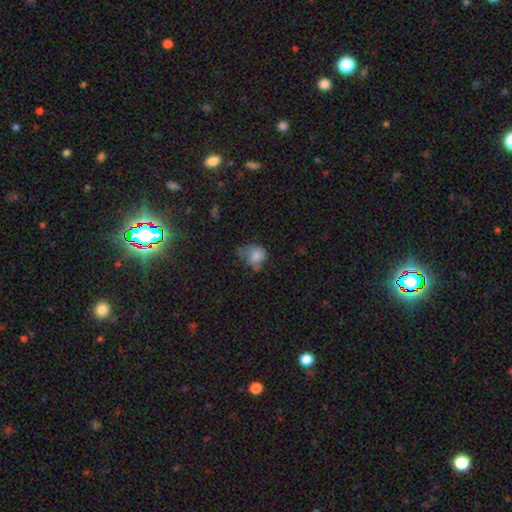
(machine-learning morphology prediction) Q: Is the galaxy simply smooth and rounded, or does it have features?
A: smooth — 77%.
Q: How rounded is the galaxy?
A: round — 52%.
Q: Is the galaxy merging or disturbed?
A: minor disturbance — 39%.